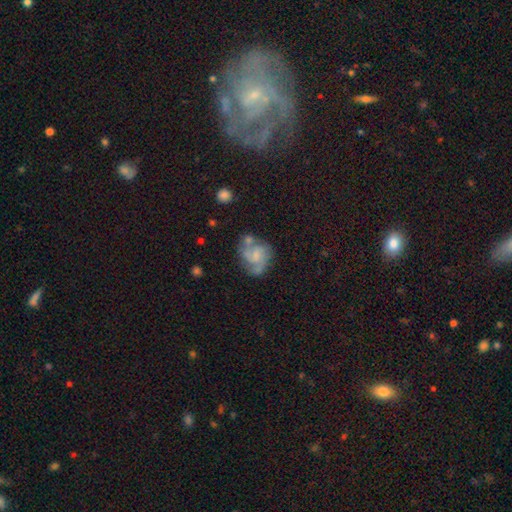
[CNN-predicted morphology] type=featured or disk (71%); edge-on=no (98%); bar=no (58%); spiral arms=yes (88%); winding=medium (49%); arm count=2 (47%); bulge=none (35%, tied with small); merging=none (49%).